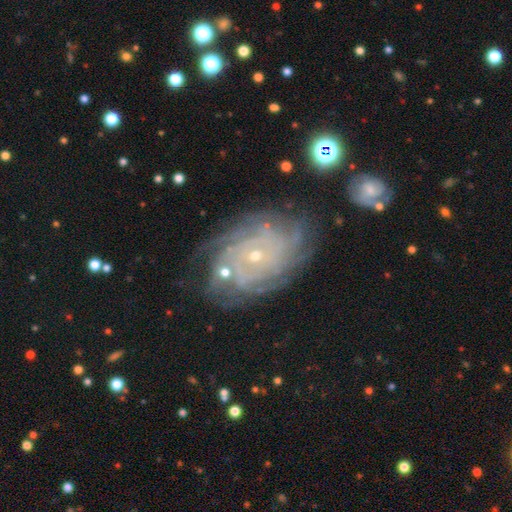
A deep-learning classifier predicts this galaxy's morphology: Smooth or featured? Predicted: featured or disk (p=0.84). Edge-on disk? Predicted: no (p=0.96). Bar? Predicted: no (p=0.79). Spiral arms? Predicted: yes (p=0.96). Spiral winding? Predicted: tight (p=0.79). Spiral arm count? Predicted: can't tell (p=0.30). Bulge size? Predicted: small (p=0.80). Merging? Predicted: none (p=0.73).